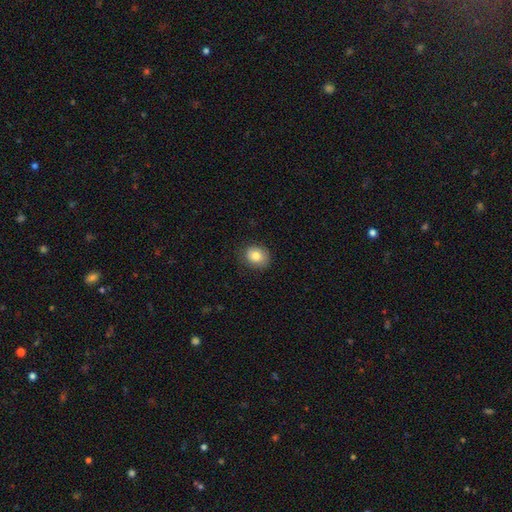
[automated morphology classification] smooth 80%, featured or disk 11%, star or artifact 9%. Down the decision tree: how rounded — round (68%); merging — none (81%).